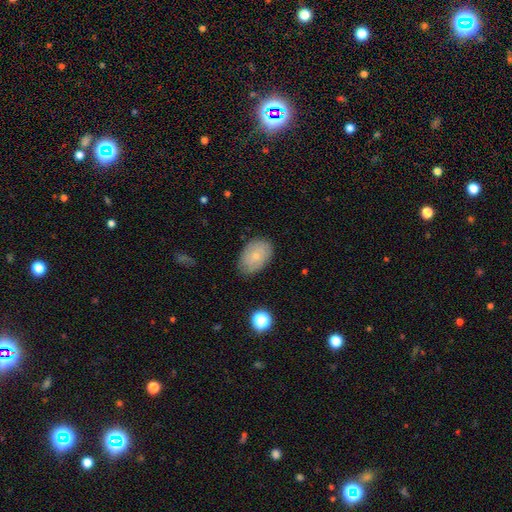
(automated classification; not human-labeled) smooth-or-featured: smooth: 67% | featured or disk: 25% | star or artifact: 8%
  how-rounded: in between: 85% | round: 14% | cigar-shaped: 1%
  merging: none: 77% | minor disturbance: 18% | major disturbance: 4% | merger: 1%